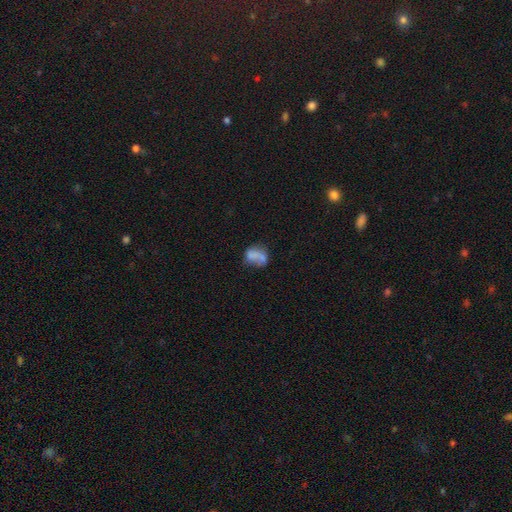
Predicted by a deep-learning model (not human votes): The model was most divided on "merging": none: 31%, merger: 29%, minor disturbance: 20%, major disturbance: 20%. More confident: how rounded — in between (65%); smooth or featured — smooth (63%).